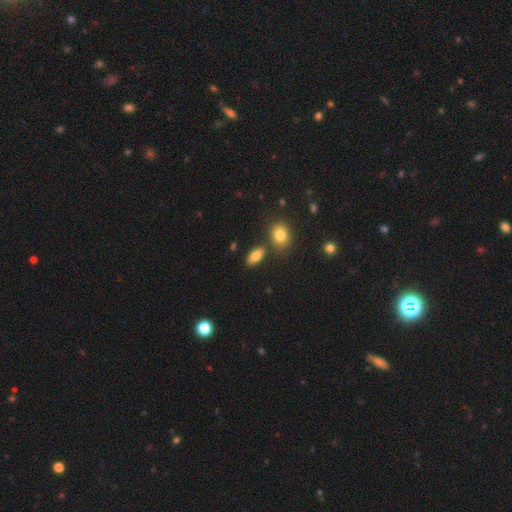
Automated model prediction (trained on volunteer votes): Morphology: type=smooth (82%); roundness=in between (88%); merging=none (77%).